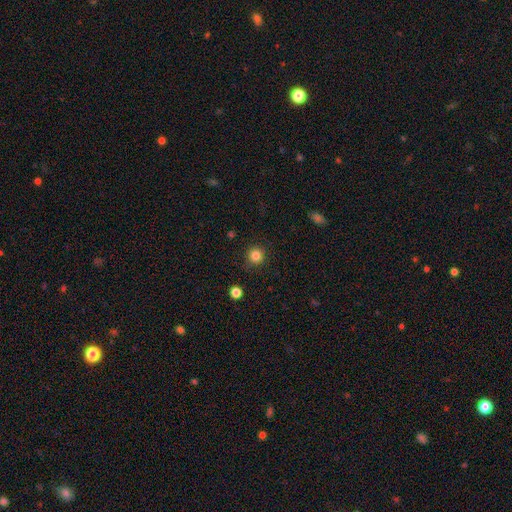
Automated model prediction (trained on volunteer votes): Overall: smooth (83%). How rounded: round (95%). Merging: none (90%).